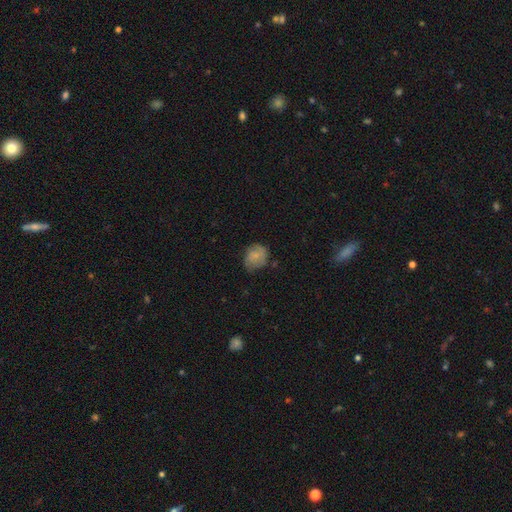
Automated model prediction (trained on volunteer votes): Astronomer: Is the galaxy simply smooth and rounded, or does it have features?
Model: smooth — 67%.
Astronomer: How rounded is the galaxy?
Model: round — 64%.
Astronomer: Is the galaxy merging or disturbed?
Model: none — 59%.